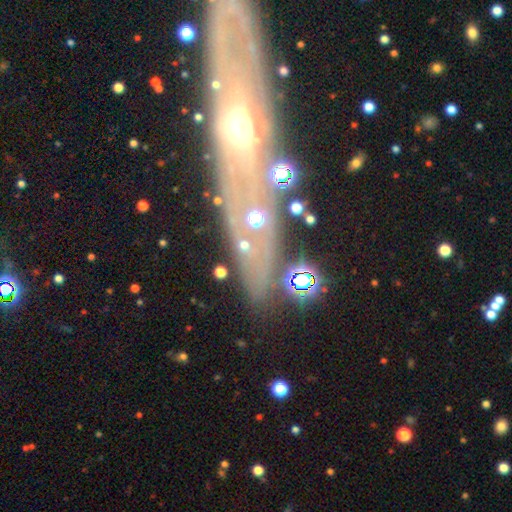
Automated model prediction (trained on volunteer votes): smooth-or-featured: featured or disk: 64% | star or artifact: 18% | smooth: 18%
  disk-edge-on: yes: 59% | no: 41%
  merging: none: 81% | minor disturbance: 10% | merger: 4% | major disturbance: 4%